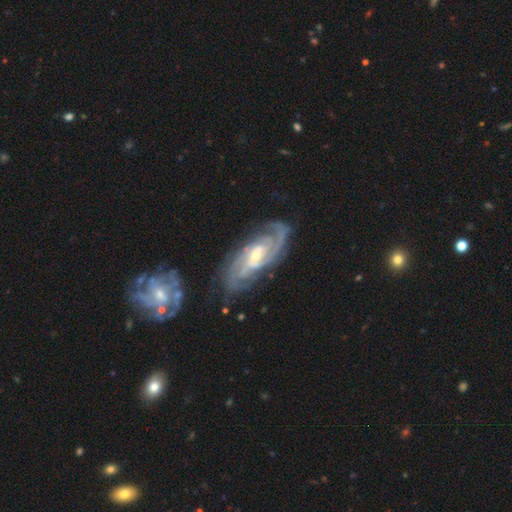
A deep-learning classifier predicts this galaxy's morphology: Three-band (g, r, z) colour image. It shows a featured or disk galaxy (91%) with a weak bar (42%), 2 (32%) tight (65%) spiral arms (98%) and a moderate central bulge (49%). Merging: none (77%).